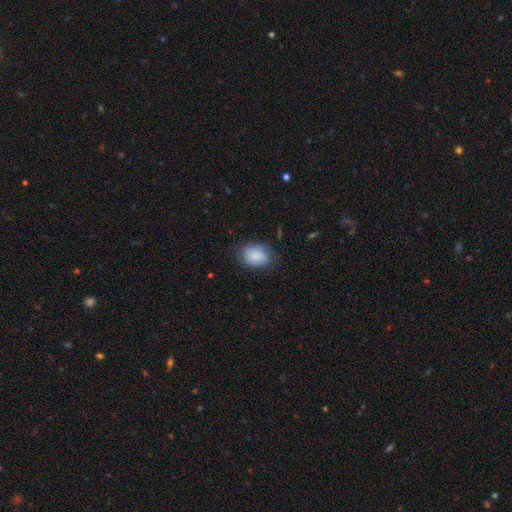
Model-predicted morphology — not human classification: The model was most divided on "how rounded": in between: 69%, round: 29%, cigar-shaped: 1%. More confident: smooth or featured — smooth (85%); merging — none (71%).